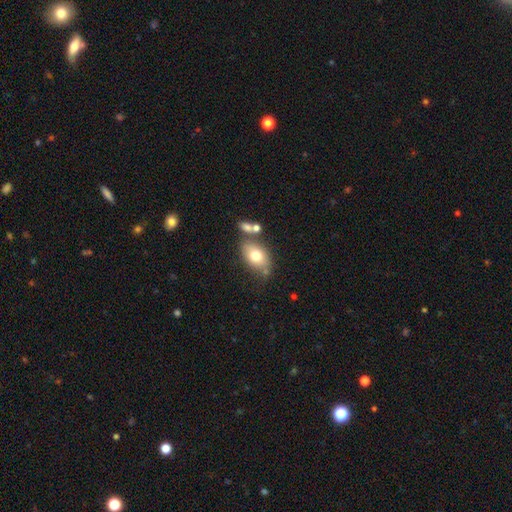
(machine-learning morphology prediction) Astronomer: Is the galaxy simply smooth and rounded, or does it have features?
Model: smooth — 73%.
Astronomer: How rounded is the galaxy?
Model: in between — 84%.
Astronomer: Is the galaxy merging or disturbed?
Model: none — 60%.